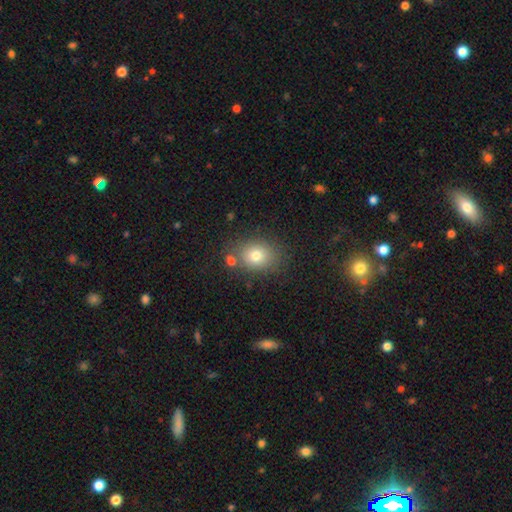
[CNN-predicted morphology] A smooth galaxy with no disk features (77%) that is in between round and cigar-shaped (51%).

Vote fractions:
- Smooth or featured? smooth: 77% / star or artifact: 12% / featured or disk: 11%
- How rounded? in between: 51% / round: 48% / cigar-shaped: 1%
- Merging? none: 72% / minor disturbance: 13% / merger: 10% / major disturbance: 4%